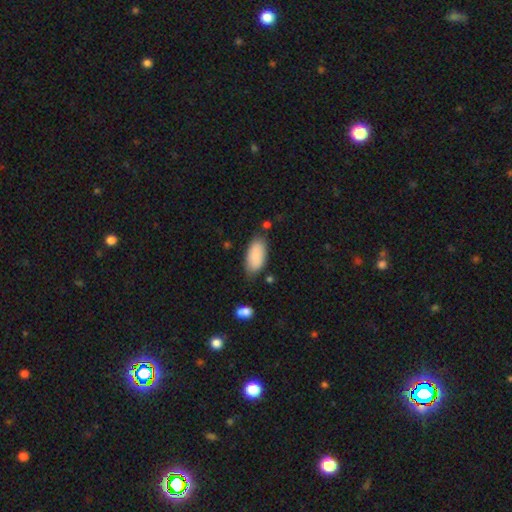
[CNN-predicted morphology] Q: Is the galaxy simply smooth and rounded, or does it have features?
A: smooth — 87%.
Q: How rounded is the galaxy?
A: in between — 92%.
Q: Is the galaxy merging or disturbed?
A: none — 76%.